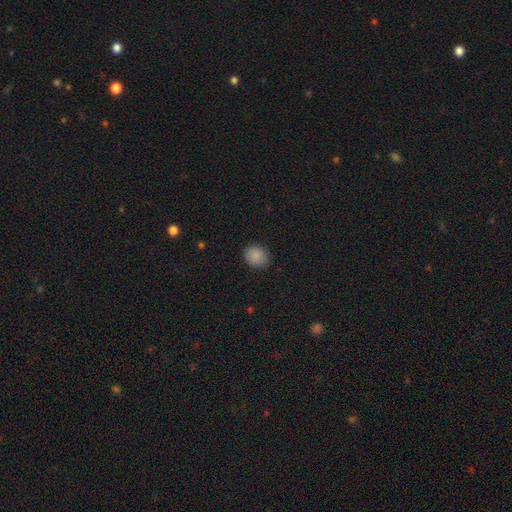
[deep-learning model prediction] smooth-or-featured: smooth: 88% | star or artifact: 9% | featured or disk: 3%
  how-rounded: round: 70% | in between: 29% | cigar-shaped: 1%
  merging: none: 86% | minor disturbance: 10% | major disturbance: 2% | merger: 1%